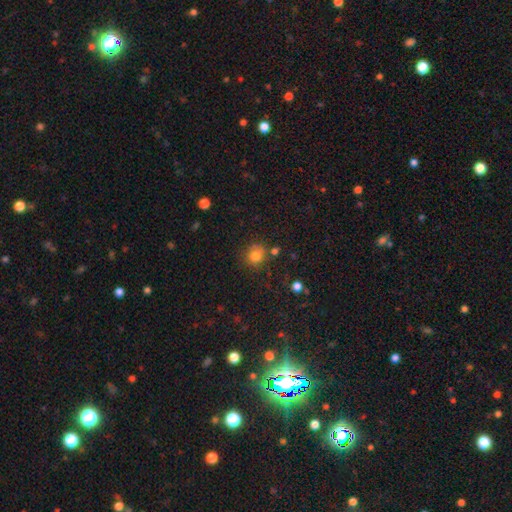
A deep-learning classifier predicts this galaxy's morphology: This appears to be a smooth galaxy with no disk features (80%) that is round (83%). Merging: none (71%).